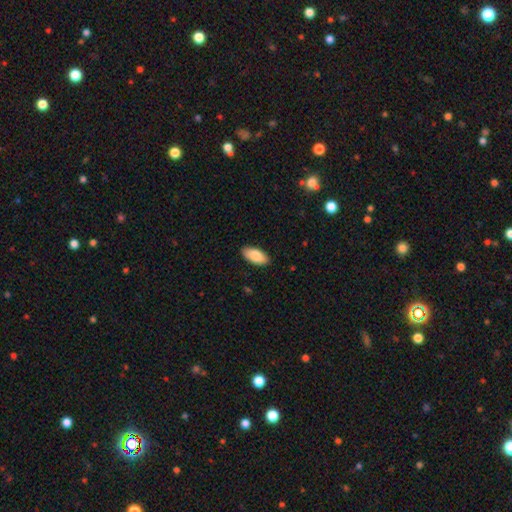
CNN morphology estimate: Smooth or featured: smooth — 87% (featured or disk — 7%)
How rounded: in between — 92% (cigar-shaped — 6%)
Merging: none — 88% (minor disturbance — 10%)